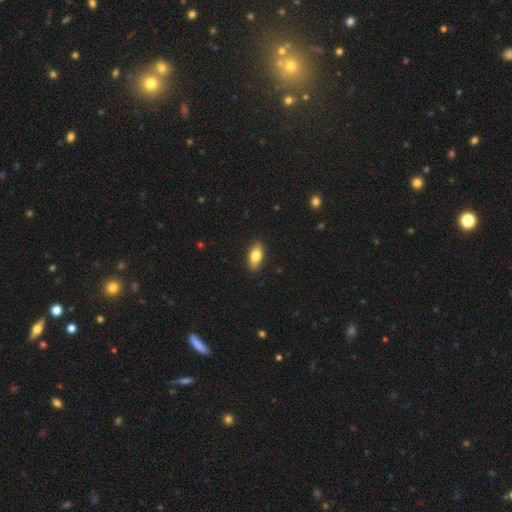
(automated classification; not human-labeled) A smooth galaxy with no disk features (78%) that is in between round and cigar-shaped (87%).

Vote fractions:
- Smooth or featured? smooth: 78% / featured or disk: 15% / star or artifact: 7%
- How rounded? in between: 87% / cigar-shaped: 9% / round: 4%
- Merging? none: 89% / minor disturbance: 8% / major disturbance: 2% / merger: 1%